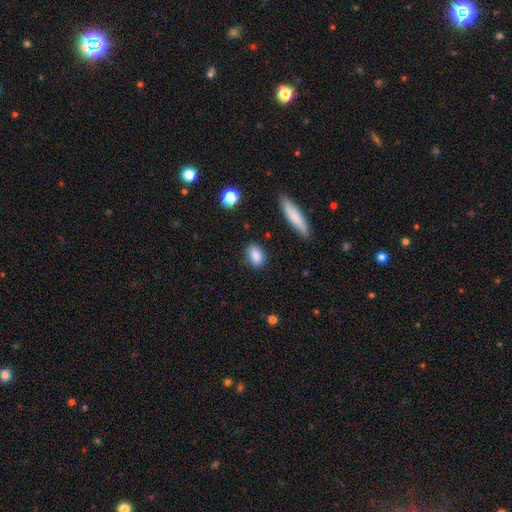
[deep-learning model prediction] This is clearly a smooth galaxy (86%). How rounded: clearly in between (85%). Merging: clearly none (83%).